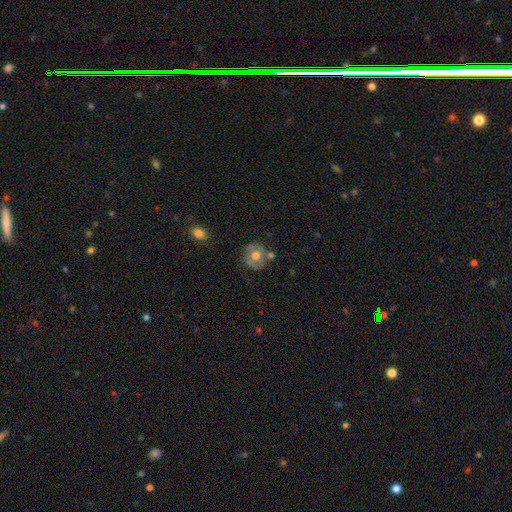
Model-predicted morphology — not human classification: smooth 50%, featured or disk 43%, star or artifact 8%. Down the decision tree: merging — none (69%).